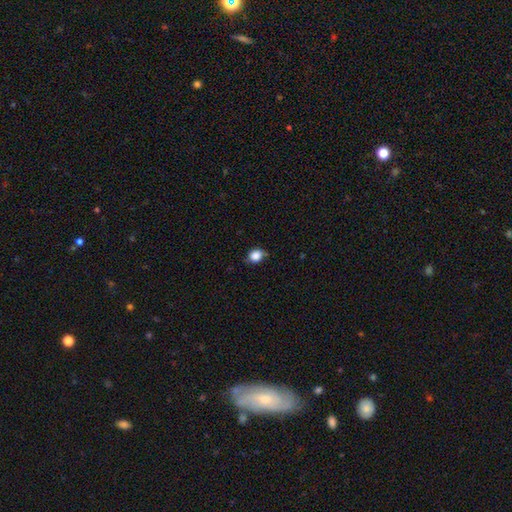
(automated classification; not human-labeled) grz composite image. It shows a smooth galaxy with no disk features (86%) that is round (60%). Merging: none (74%).